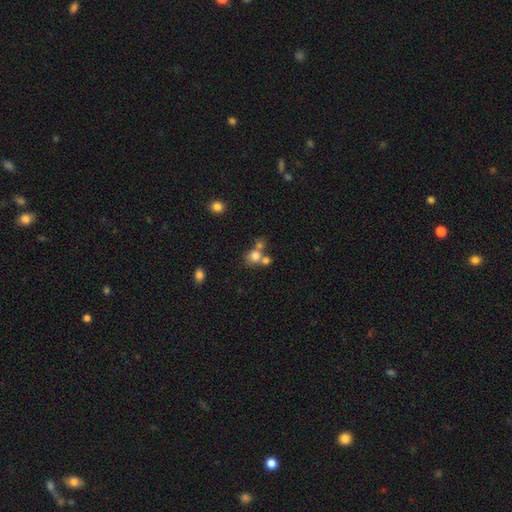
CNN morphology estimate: Overall: smooth (75%). How rounded: round (77%). Merging: merger (47%; none 40%).